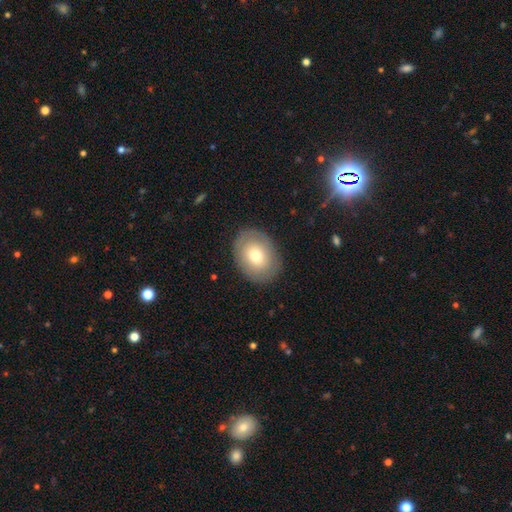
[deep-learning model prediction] The model was most divided on "how rounded": in between: 64%, round: 36%, cigar-shaped: 1%. More confident: merging — none (86%); smooth or featured — smooth (72%).